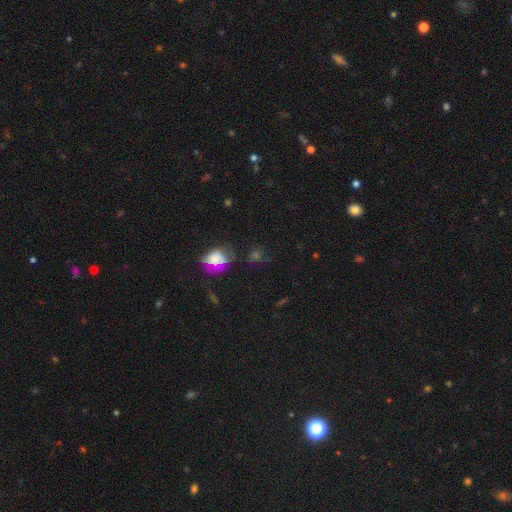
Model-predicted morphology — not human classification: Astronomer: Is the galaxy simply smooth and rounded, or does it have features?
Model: star or artifact — 43% (runner-up: smooth, 37%).